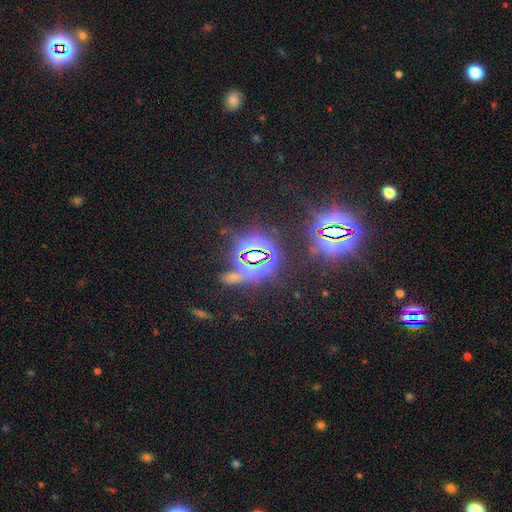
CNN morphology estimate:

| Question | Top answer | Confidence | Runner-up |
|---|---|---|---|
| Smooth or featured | star or artifact | 84% | smooth (9%) |